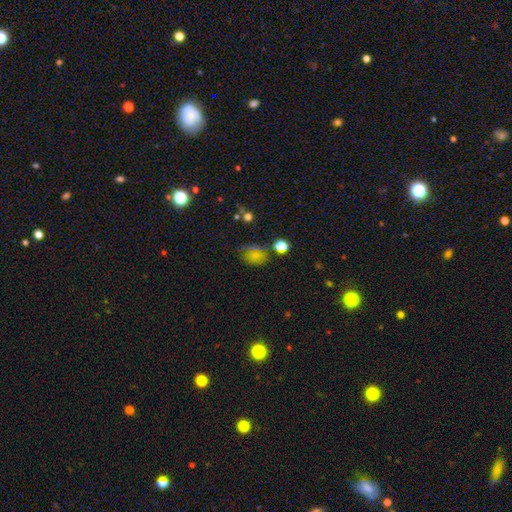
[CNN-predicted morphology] A smooth galaxy with no disk features (61%) that is in between round and cigar-shaped (60%).

Vote fractions:
- Smooth or featured? smooth: 61% / star or artifact: 26% / featured or disk: 12%
- How rounded? in between: 60% / round: 39% / cigar-shaped: 2%
- Merging? none: 58% / minor disturbance: 23% / major disturbance: 11% / merger: 8%